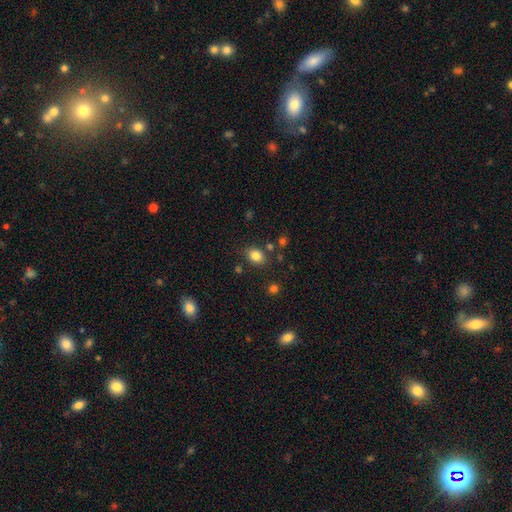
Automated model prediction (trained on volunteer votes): Smooth or featured: smooth — 82% (star or artifact — 11%)
How rounded: in between — 60% (round — 39%)
Merging: none — 80% (minor disturbance — 12%)